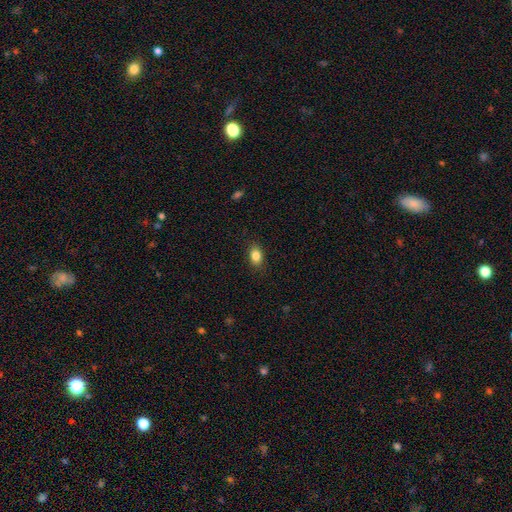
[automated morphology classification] A smooth galaxy with no disk features (84%) that is in between round and cigar-shaped (79%).

Vote fractions:
- Smooth or featured? smooth: 84% / star or artifact: 9% / featured or disk: 6%
- How rounded? in between: 79% / round: 19% / cigar-shaped: 2%
- Merging? none: 87% / minor disturbance: 10% / major disturbance: 2% / merger: 1%